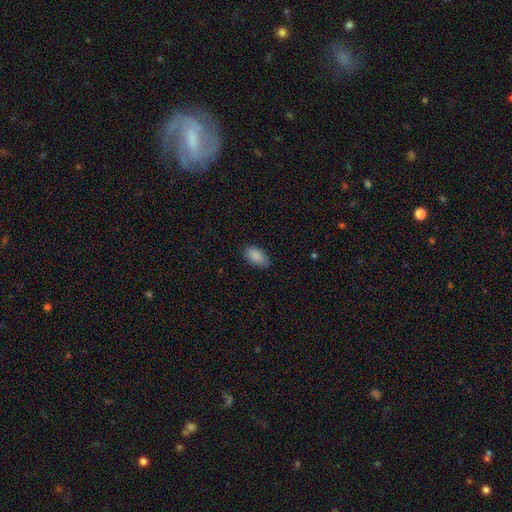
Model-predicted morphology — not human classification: Smooth or featured? Predicted: smooth (p=0.89). How rounded? Predicted: in between (p=0.94). Merging? Predicted: none (p=0.83).